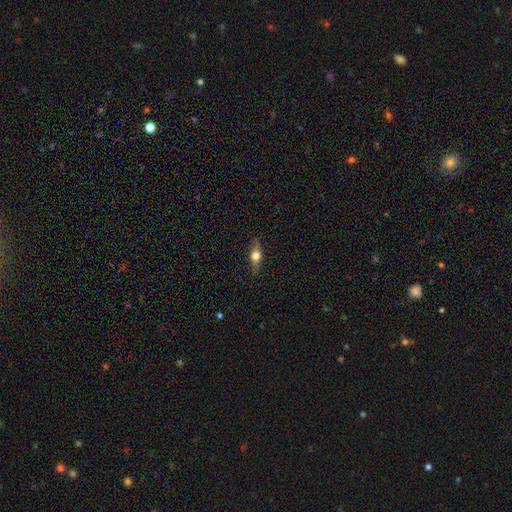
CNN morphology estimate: The model was most divided on "smooth or featured" (2-way tie): featured or disk: 46%, smooth: 46%, star or artifact: 8%. More confident: merging — none (85%).